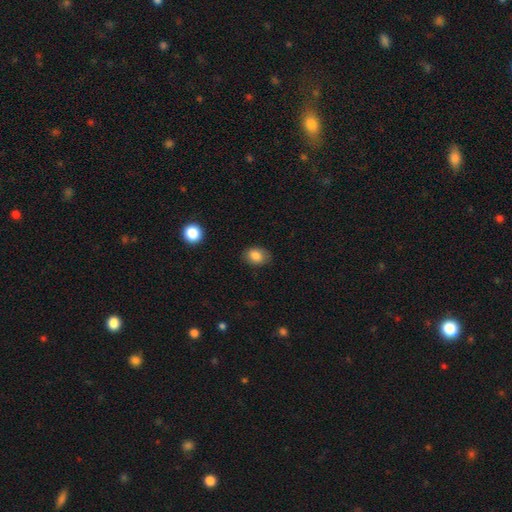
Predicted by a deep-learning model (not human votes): Overall: smooth (84%). How rounded: in between (71%). Merging: none (80%).